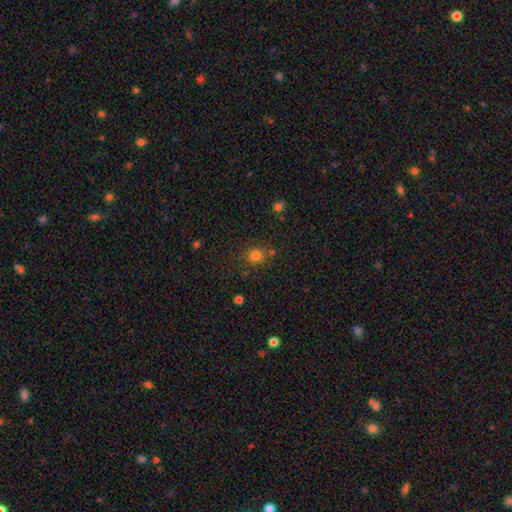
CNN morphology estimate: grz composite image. It shows a smooth galaxy with no disk features (79%) that is round (84%). Merging: none (78%).